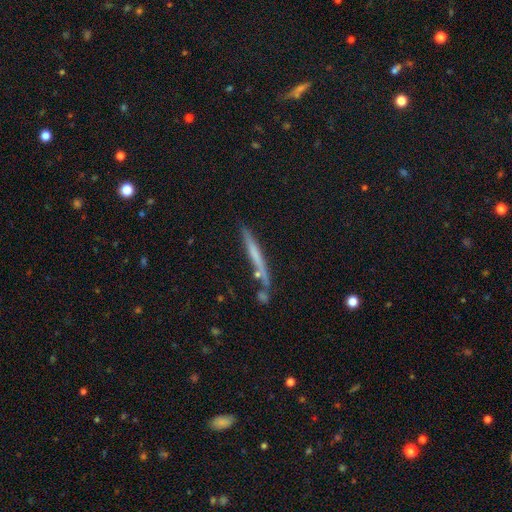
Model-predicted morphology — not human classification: Smooth or featured? smooth (48%)
Merging? none (71%)